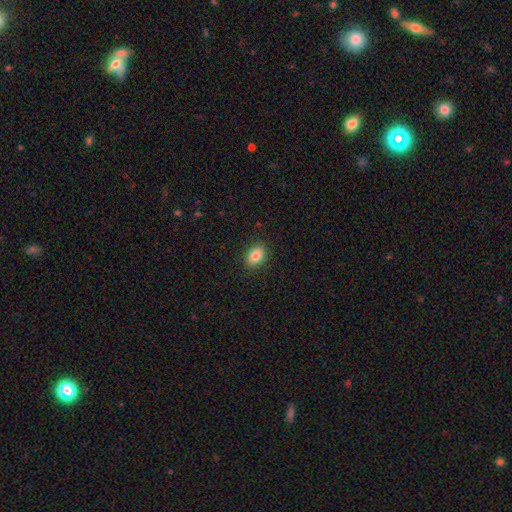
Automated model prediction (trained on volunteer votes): Smooth or featured?
  - smooth: 85% *
  - star or artifact: 9%
  - featured or disk: 7%
How rounded?
  - in between: 79% *
  - round: 20%
  - cigar-shaped: 1%
Merging?
  - none: 90% *
  - minor disturbance: 7%
  - major disturbance: 2%
  - merger: 1%